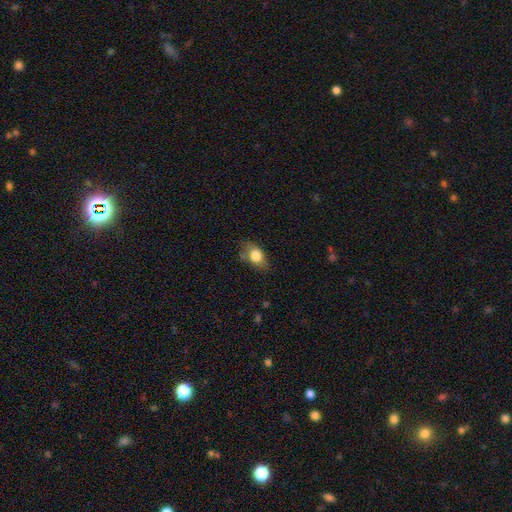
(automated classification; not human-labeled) smooth-or-featured: smooth: 78% | featured or disk: 14% | star or artifact: 8%
  how-rounded: in between: 78% | round: 20% | cigar-shaped: 3%
  merging: none: 64% | minor disturbance: 26% | major disturbance: 7% | merger: 3%